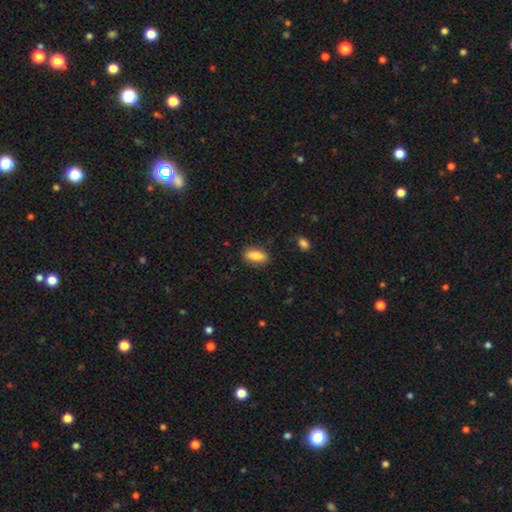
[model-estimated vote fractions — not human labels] Smooth or featured?
  - smooth: 83% *
  - featured or disk: 9%
  - star or artifact: 7%
How rounded?
  - in between: 77% *
  - cigar-shaped: 19%
  - round: 4%
Merging?
  - none: 83% *
  - minor disturbance: 13%
  - major disturbance: 3%
  - merger: 1%